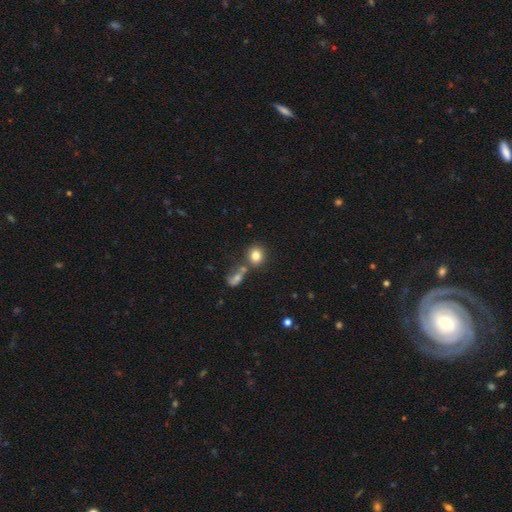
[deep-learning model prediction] A smooth galaxy with no disk features (81%) that is round (79%).

Vote fractions:
- Smooth or featured? smooth: 81% / star or artifact: 11% / featured or disk: 8%
- How rounded? round: 79% / in between: 20% / cigar-shaped: 1%
- Merging? none: 66% / merger: 20% / minor disturbance: 10% / major disturbance: 4%